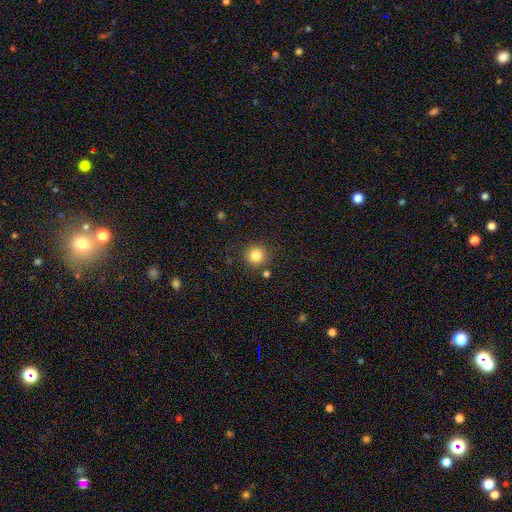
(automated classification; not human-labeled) Smooth or featured? Predicted: smooth (p=0.84). How rounded? Predicted: round (p=0.94). Merging? Predicted: none (p=0.86).